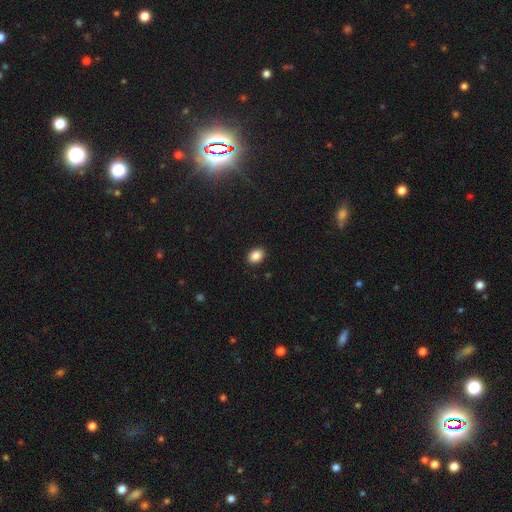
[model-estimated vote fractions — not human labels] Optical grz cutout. It shows a smooth galaxy with no disk features (88%) that is in between round and cigar-shaped (69%). Merging: none (90%).